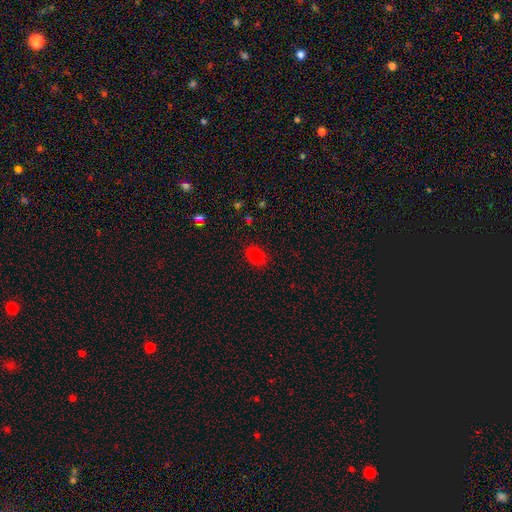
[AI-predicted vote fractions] smooth 82%, star or artifact 13%, featured or disk 5%. Down the decision tree: how rounded — in between (78%); merging — none (87%).